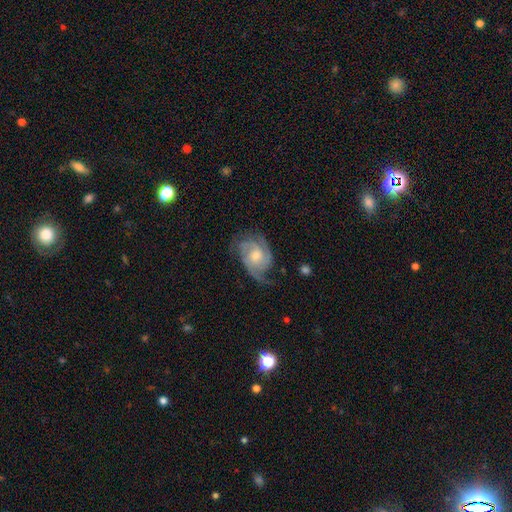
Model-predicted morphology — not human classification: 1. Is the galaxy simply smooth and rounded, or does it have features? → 87% featured or disk, 8% smooth, 5% star or artifact.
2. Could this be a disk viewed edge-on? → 97% no, 3% yes.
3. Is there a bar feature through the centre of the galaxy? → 68% no, 27% weak, 5% strong.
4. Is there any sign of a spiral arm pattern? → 97% yes, 3% no.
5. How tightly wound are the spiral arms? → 51% tight, 40% medium, 10% loose.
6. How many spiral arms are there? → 42% 2, 34% 3, 11% can't tell, 5% 4, 4% 1, 4% more than 4.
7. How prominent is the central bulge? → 64% moderate, 26% small, 6% large, 3% none, 1% dominant.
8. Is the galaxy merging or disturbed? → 66% none, 22% minor disturbance, 10% major disturbance, 1% merger.